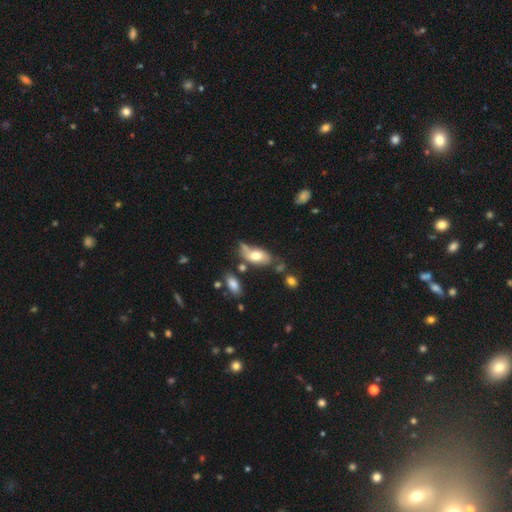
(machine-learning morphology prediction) Smooth or featured? Predicted: smooth (p=0.63). How rounded? Predicted: in between (p=0.90). Merging? Predicted: none (p=0.43).